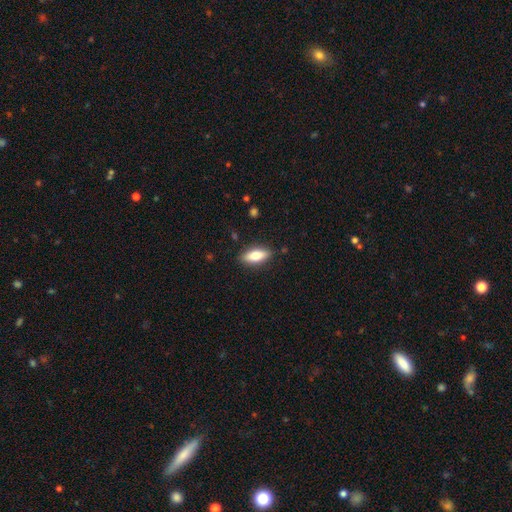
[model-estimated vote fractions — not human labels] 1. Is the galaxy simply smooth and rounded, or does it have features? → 73% smooth, 21% featured or disk, 7% star or artifact.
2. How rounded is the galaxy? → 77% in between, 20% cigar-shaped, 3% round.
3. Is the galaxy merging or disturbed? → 87% none, 10% minor disturbance, 2% major disturbance, 1% merger.